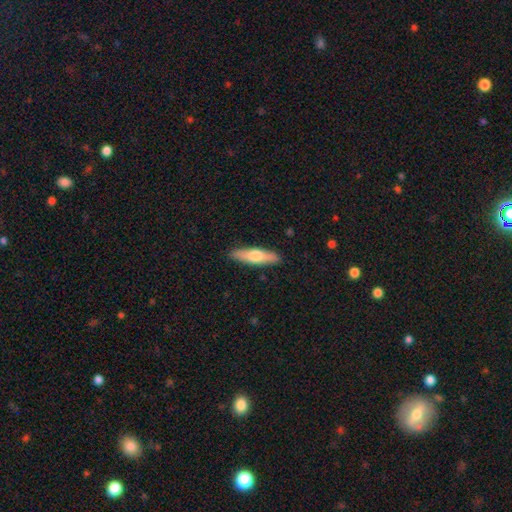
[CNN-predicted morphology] Smooth or featured?
  - smooth: 61% *
  - featured or disk: 33%
  - star or artifact: 5%
How rounded?
  - cigar-shaped: 69% *
  - in between: 29%
  - round: 2%
Merging?
  - none: 89% *
  - minor disturbance: 9%
  - major disturbance: 2%
  - merger: 1%